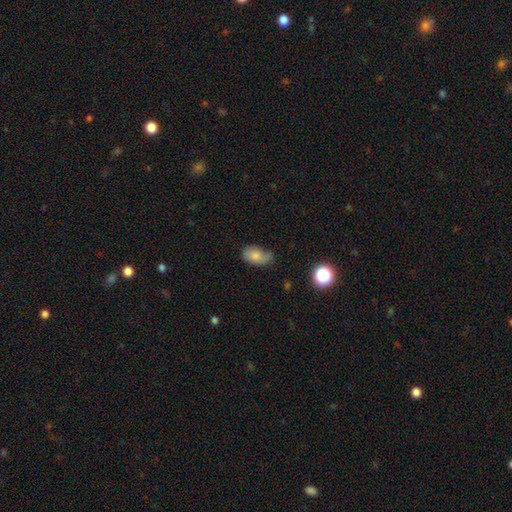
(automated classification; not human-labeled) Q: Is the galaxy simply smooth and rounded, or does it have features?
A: smooth — 77%.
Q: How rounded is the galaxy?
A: in between — 89%.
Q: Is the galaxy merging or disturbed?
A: none — 44%.